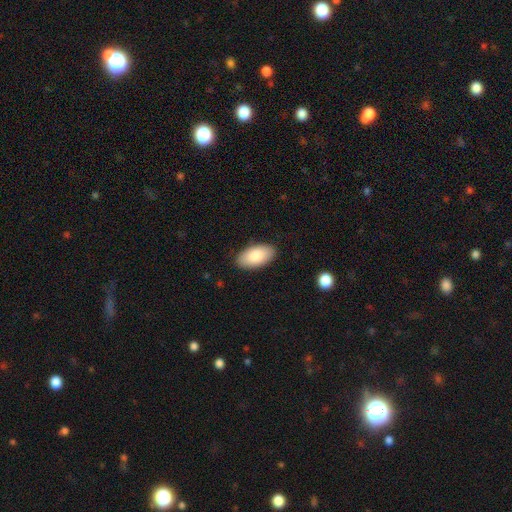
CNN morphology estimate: The model was most divided on "smooth or featured": smooth: 86%, featured or disk: 9%, star or artifact: 6%. More confident: how rounded — in between (96%); merging — none (88%).